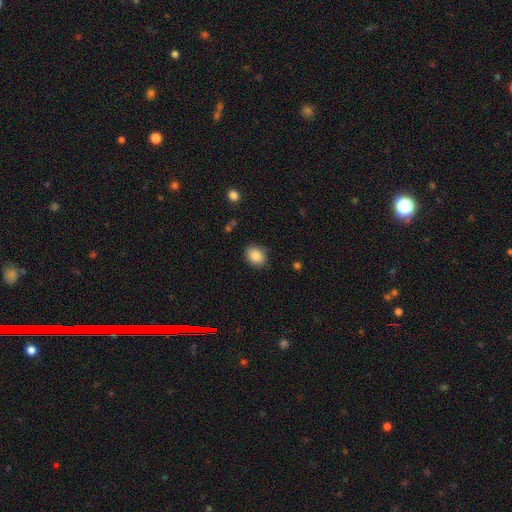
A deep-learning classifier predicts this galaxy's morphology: type=smooth (86%); roundness=in between (52%); merging=none (85%).